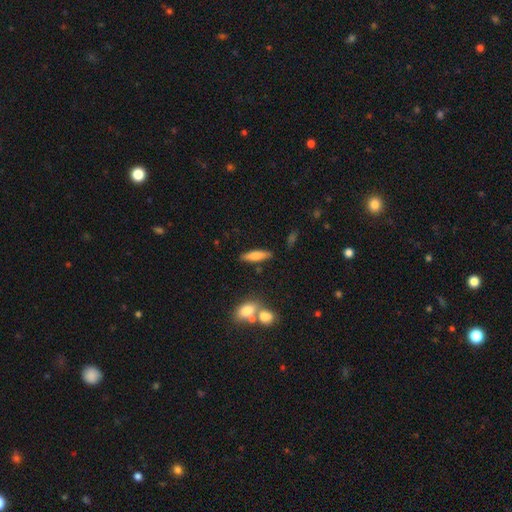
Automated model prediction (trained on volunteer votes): Q: Smooth or featured?
A: smooth (75%); runner-up: featured or disk (18%)
Q: How rounded?
A: cigar-shaped (62%); runner-up: in between (35%)
Q: Merging?
A: none (82%); runner-up: minor disturbance (10%)